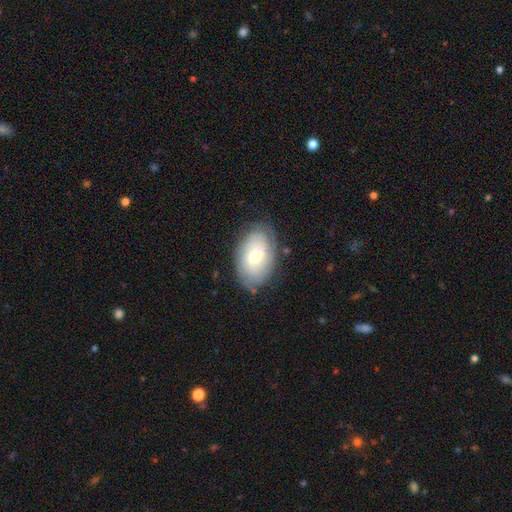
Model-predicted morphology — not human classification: type=featured or disk (51%); edge-on=no (93%); merging=none (78%).